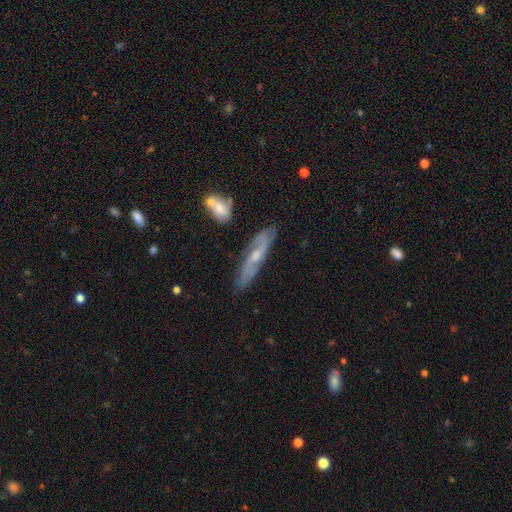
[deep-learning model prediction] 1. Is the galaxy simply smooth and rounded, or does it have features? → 73% featured or disk, 19% smooth, 8% star or artifact.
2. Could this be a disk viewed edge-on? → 62% no, 38% yes.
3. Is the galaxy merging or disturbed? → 75% none, 17% minor disturbance, 4% major disturbance, 4% merger.